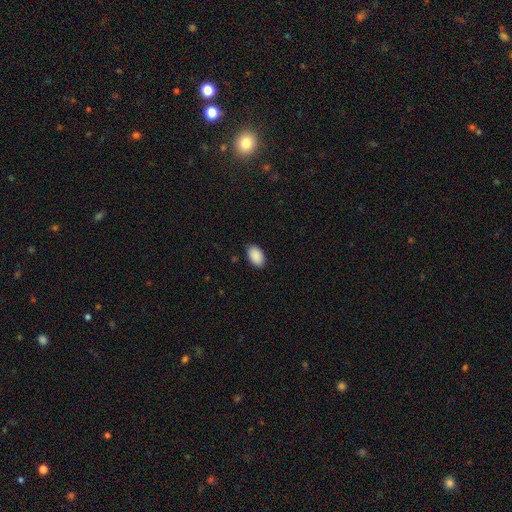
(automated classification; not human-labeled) Smooth or featured? smooth (91%)
How rounded? in between (91%)
Merging? none (87%)